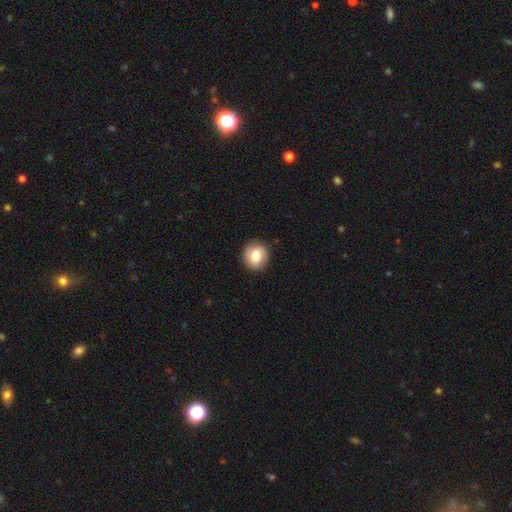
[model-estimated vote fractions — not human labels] The model was most divided on "smooth or featured": smooth: 78%, featured or disk: 15%, star or artifact: 8%. More confident: merging — none (88%); how rounded — round (83%).